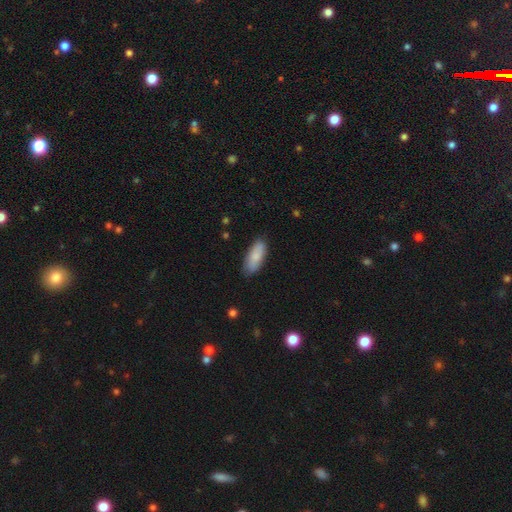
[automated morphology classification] smooth 82%, featured or disk 13%, star or artifact 6%. Down the decision tree: how rounded — in between (75%); merging — none (79%).